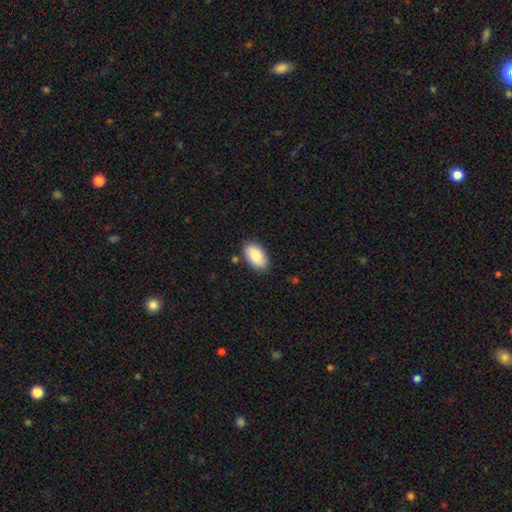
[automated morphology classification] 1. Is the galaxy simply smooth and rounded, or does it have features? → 87% smooth, 7% featured or disk, 6% star or artifact.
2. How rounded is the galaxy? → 94% in between, 4% round, 2% cigar-shaped.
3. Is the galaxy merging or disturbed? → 84% none, 11% minor disturbance, 2% major disturbance, 2% merger.